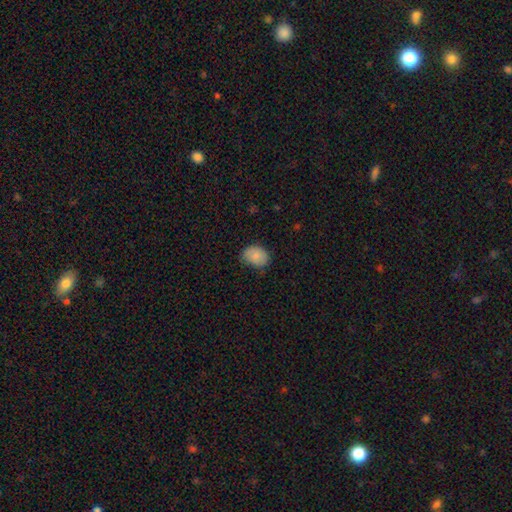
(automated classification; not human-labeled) Morphology: type=smooth (85%); roundness=in between (66%); merging=none (69%).